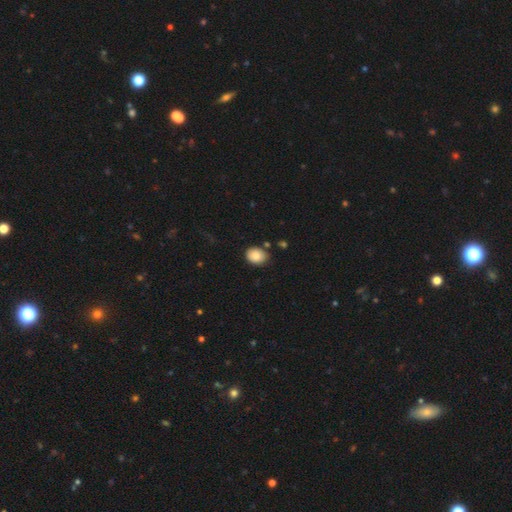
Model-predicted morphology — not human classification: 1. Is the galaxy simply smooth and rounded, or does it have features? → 86% smooth, 8% star or artifact, 6% featured or disk.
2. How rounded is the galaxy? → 57% in between, 42% round, 1% cigar-shaped.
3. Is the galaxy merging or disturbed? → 76% none, 17% minor disturbance, 4% merger, 3% major disturbance.